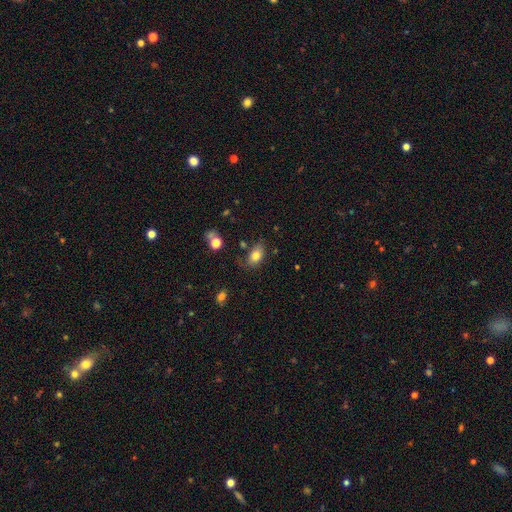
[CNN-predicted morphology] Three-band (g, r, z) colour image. It shows a smooth galaxy with no disk features (79%) that is in between round and cigar-shaped (86%). Merging: none (65%).